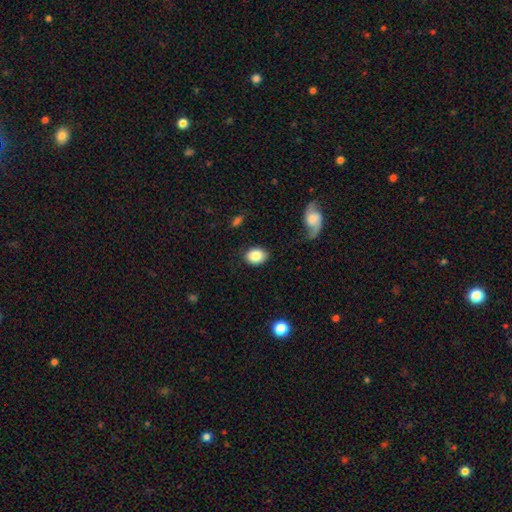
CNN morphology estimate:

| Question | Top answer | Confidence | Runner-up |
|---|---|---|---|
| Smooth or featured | smooth | 84% | featured or disk (8%) |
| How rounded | in between | 61% | round (38%) |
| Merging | none | 82% | minor disturbance (12%) |